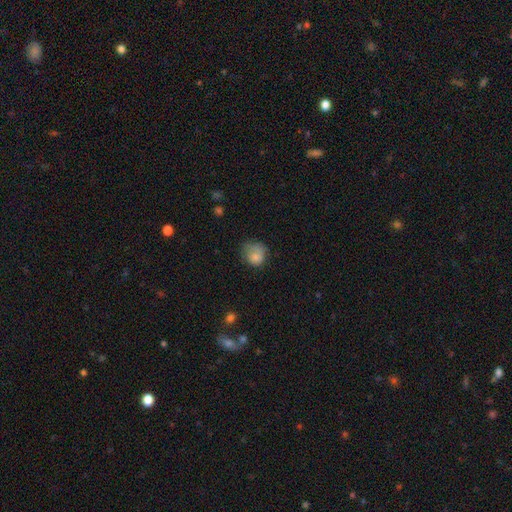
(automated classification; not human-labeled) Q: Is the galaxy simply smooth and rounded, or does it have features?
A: smooth — 79%.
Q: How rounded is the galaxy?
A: round — 73%.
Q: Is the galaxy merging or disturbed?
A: none — 42%.